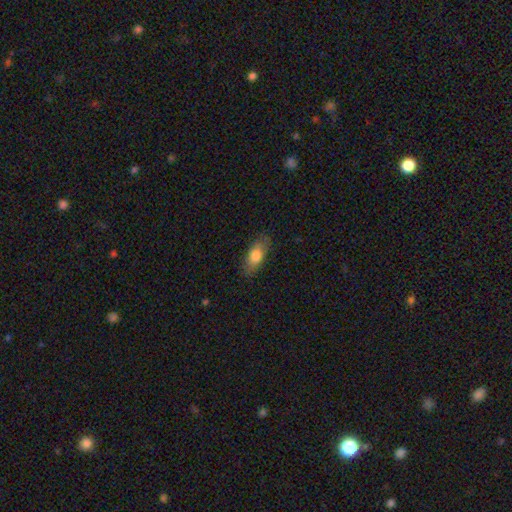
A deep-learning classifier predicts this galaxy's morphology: A smooth galaxy with no disk features (77%) that is in between round and cigar-shaped (80%). Merging: none (82%).